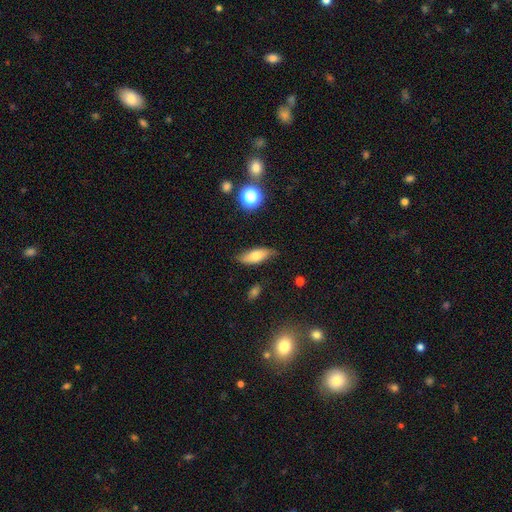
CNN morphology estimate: smooth-or-featured: smooth: 71% | featured or disk: 21% | star or artifact: 8%
  how-rounded: in between: 71% | cigar-shaped: 26% | round: 3%
  merging: none: 78% | minor disturbance: 17% | major disturbance: 3% | merger: 2%